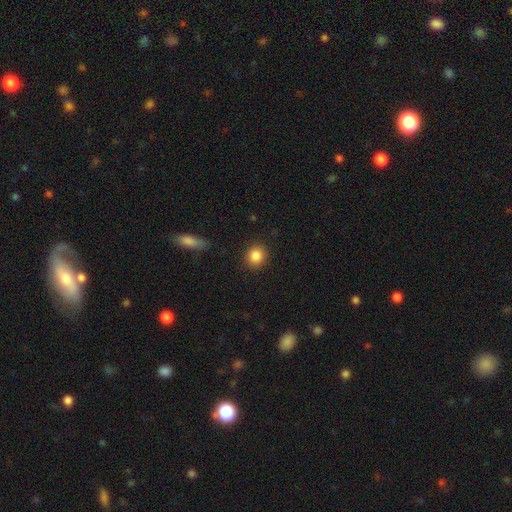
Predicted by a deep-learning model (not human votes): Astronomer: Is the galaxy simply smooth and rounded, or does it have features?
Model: smooth — 86%.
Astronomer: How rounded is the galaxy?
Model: round — 81%.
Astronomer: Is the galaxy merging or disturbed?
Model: none — 89%.